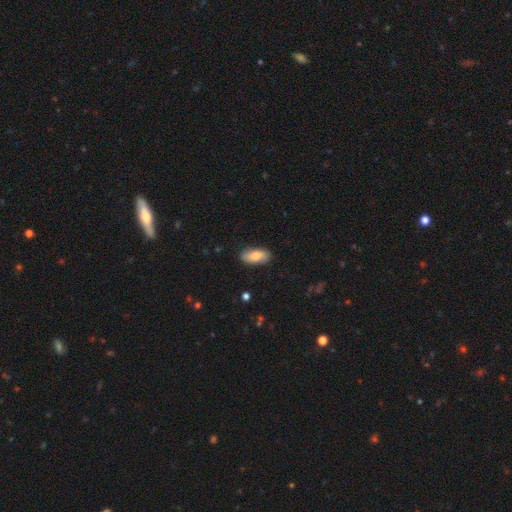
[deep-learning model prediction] smooth-or-featured: smooth: 77% | featured or disk: 17% | star or artifact: 6%
  how-rounded: in between: 86% | cigar-shaped: 11% | round: 3%
  merging: none: 87% | minor disturbance: 10% | major disturbance: 2% | merger: 1%